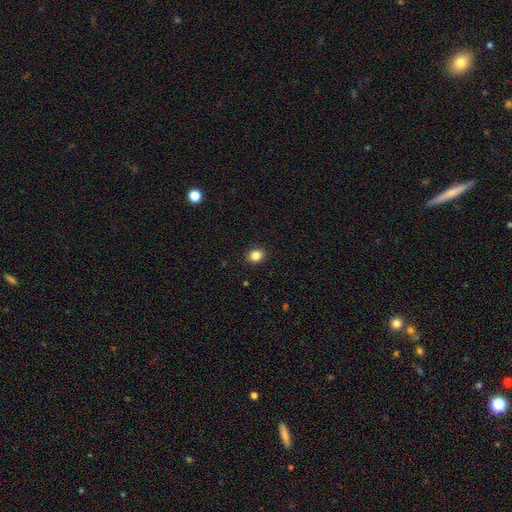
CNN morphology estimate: This is clearly a smooth galaxy (85%). How rounded: likely round (64%). Merging: clearly none (91%).